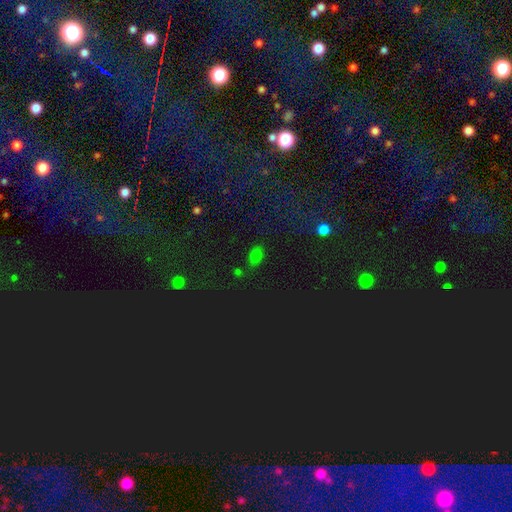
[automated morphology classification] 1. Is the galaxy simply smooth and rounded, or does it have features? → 66% smooth, 27% star or artifact, 7% featured or disk.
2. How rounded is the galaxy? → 81% in between, 17% round, 2% cigar-shaped.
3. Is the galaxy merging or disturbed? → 78% none, 13% minor disturbance, 5% merger, 4% major disturbance.